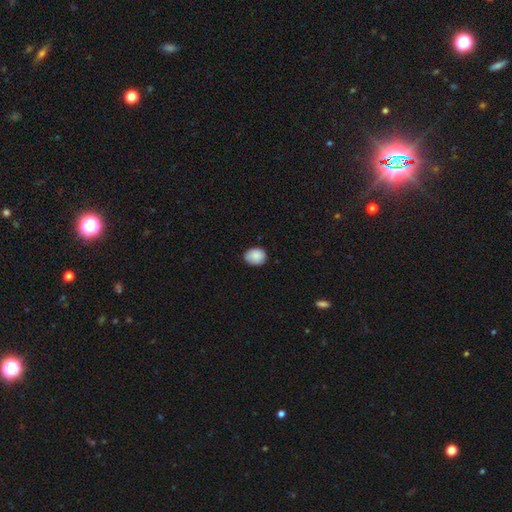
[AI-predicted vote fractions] Smooth or featured? smooth (89%)
How rounded? round (57%)
Merging? none (82%)